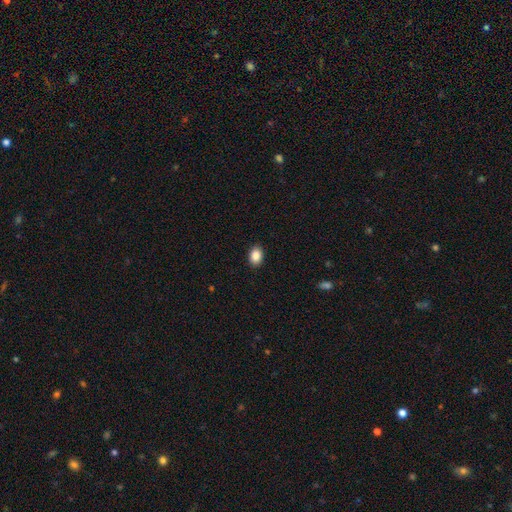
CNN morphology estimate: A smooth galaxy with no disk features (88%) that is in between round and cigar-shaped (77%). Merging: none (90%).